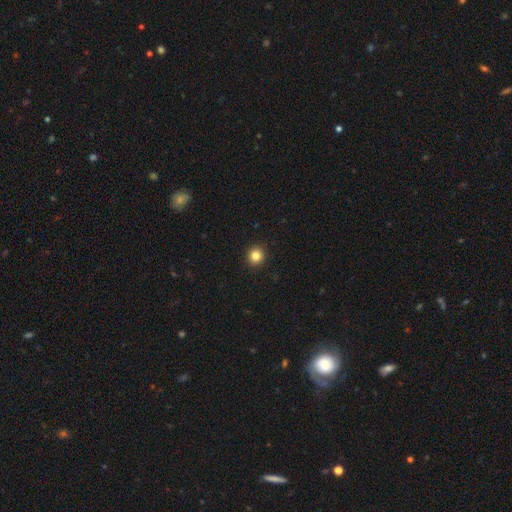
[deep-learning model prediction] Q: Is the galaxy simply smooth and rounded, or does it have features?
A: smooth — 84%.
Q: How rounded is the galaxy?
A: round — 93%.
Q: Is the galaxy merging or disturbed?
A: none — 93%.